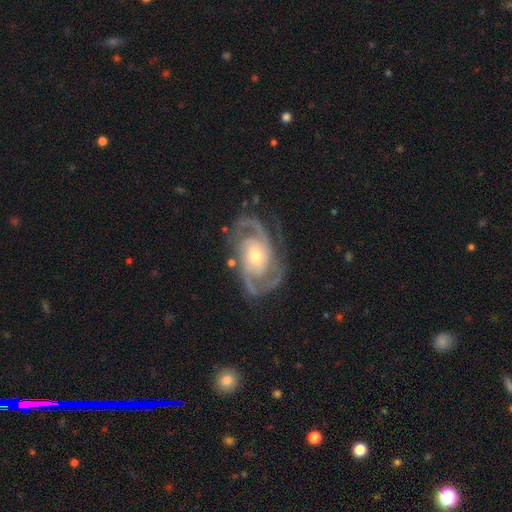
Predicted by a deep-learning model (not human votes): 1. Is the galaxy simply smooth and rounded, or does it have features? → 91% featured or disk, 4% smooth, 4% star or artifact.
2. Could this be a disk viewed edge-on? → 97% no, 3% yes.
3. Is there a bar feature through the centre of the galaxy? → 62% no, 28% weak, 10% strong.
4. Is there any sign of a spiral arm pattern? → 98% yes, 2% no.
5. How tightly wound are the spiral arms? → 47% medium, 44% tight, 9% loose.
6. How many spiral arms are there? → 66% 2, 18% 3, 7% can't tell, 3% 4, 3% 1, 3% more than 4.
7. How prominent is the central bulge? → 49% moderate, 45% small, 4% large, 1% none, 1% dominant.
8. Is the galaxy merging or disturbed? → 75% none, 16% minor disturbance, 7% major disturbance, 2% merger.